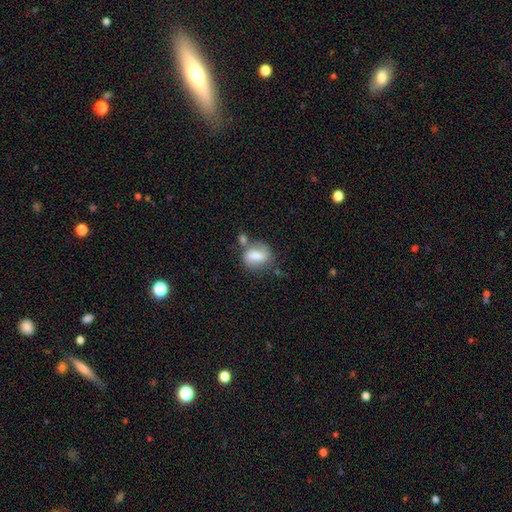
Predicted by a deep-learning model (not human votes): A smooth galaxy with no disk features (64%) that is in between round and cigar-shaped (59%).

Vote fractions:
- Smooth or featured? smooth: 64% / featured or disk: 27% / star or artifact: 8%
- How rounded? in between: 59% / round: 37% / cigar-shaped: 4%
- Merging? none: 46% / merger: 24% / minor disturbance: 21% / major disturbance: 9%